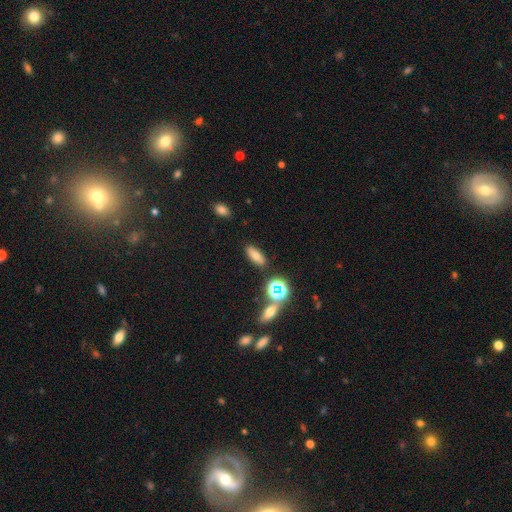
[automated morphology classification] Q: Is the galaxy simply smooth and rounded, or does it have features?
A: smooth — 67%.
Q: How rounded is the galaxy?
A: in between — 68%.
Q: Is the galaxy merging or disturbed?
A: none — 85%.